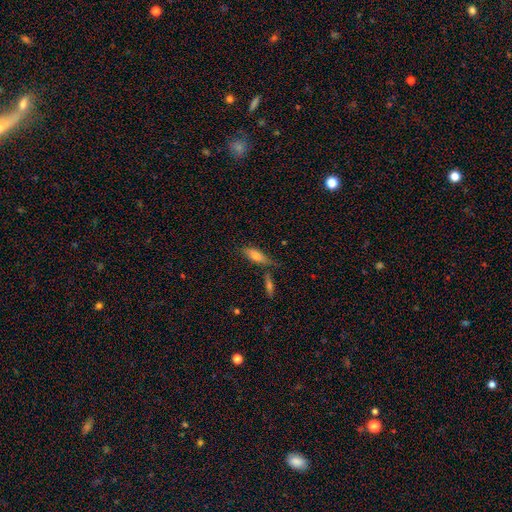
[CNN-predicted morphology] Overall: smooth (72%). How rounded: in between (56%; cigar-shaped 42%). Merging: none (56%; minor disturbance 19%).